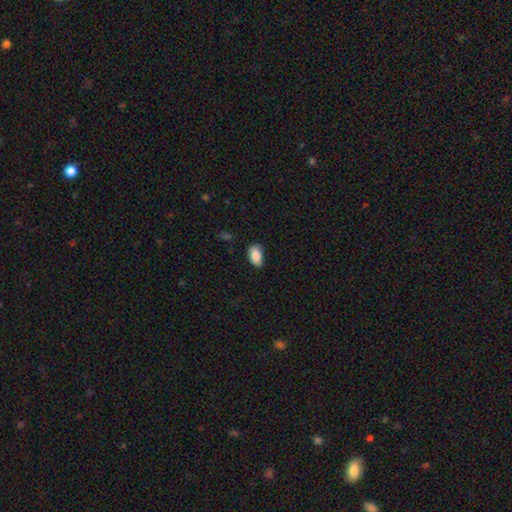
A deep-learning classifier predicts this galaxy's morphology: type=smooth (87%); roundness=in between (93%); merging=none (72%).